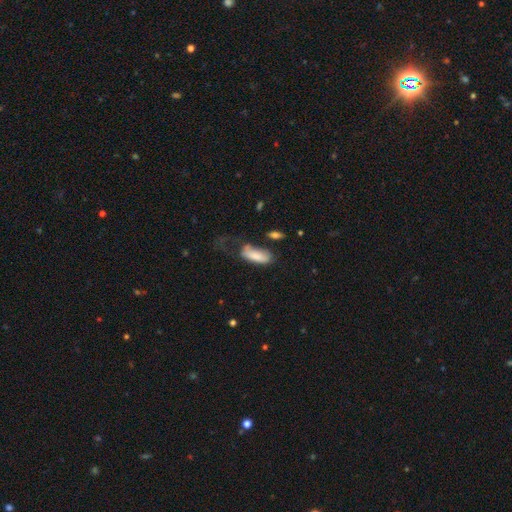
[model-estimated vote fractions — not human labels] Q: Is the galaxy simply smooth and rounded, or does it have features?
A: smooth — 80%.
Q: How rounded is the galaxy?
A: in between — 77%.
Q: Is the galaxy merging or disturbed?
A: major disturbance — 35%.